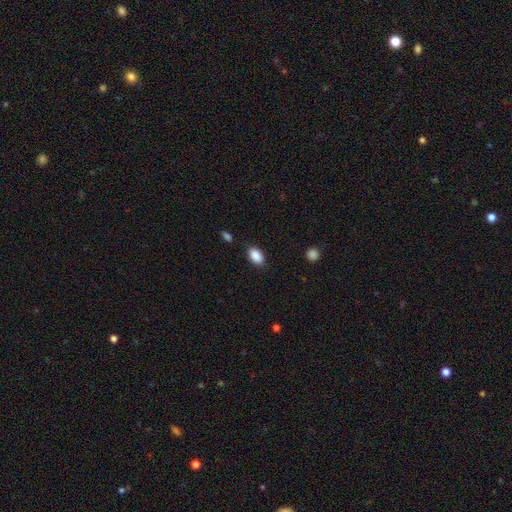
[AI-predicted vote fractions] Smooth or featured: smooth — 89% (star or artifact — 8%)
How rounded: in between — 91% (round — 7%)
Merging: none — 85% (minor disturbance — 10%)